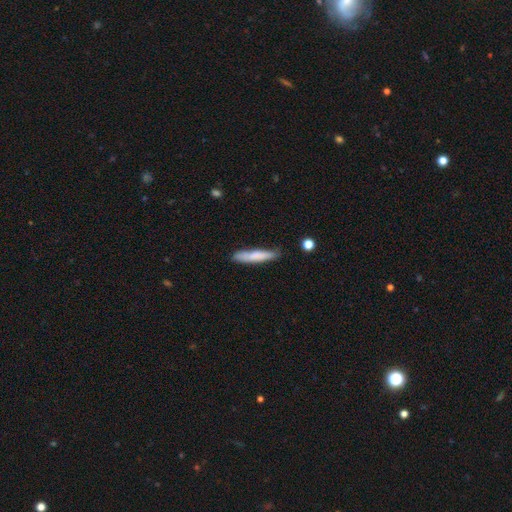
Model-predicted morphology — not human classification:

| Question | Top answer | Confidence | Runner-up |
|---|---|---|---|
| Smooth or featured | smooth | 76% | featured or disk (18%) |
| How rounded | cigar-shaped | 89% | in between (10%) |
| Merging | none | 78% | minor disturbance (17%) |